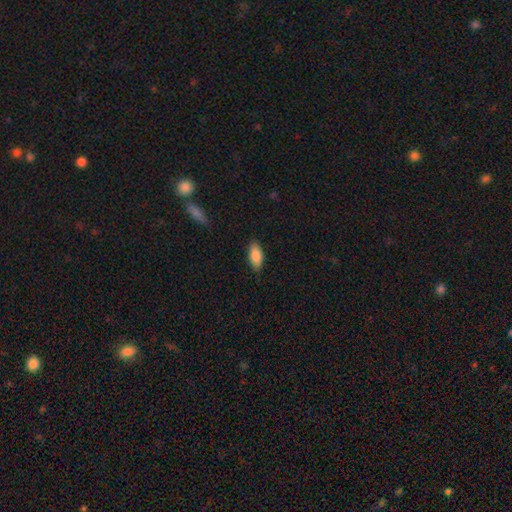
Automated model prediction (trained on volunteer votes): Smooth or featured? Predicted: smooth (p=0.85). How rounded? Predicted: in between (p=0.86). Merging? Predicted: none (p=0.84).